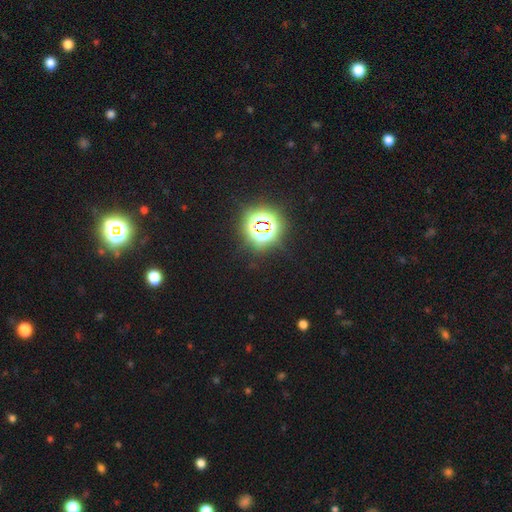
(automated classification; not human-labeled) Smooth or featured? star or artifact (81%)